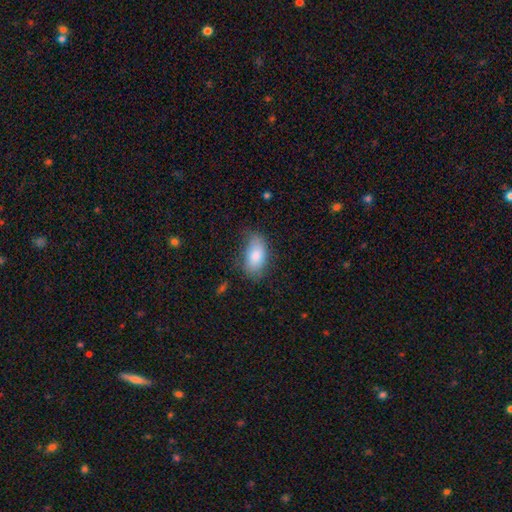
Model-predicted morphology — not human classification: Q: Smooth or featured?
A: smooth (84%); runner-up: featured or disk (10%)
Q: How rounded?
A: in between (93%); runner-up: round (4%)
Q: Merging?
A: none (64%); runner-up: minor disturbance (27%)